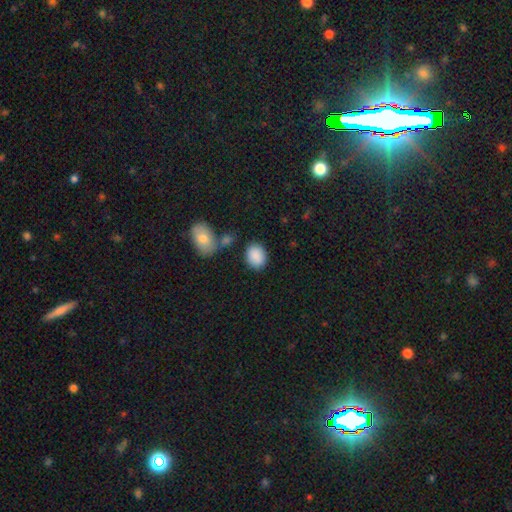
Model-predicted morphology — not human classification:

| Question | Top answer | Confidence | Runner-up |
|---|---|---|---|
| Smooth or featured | smooth | 88% | star or artifact (7%) |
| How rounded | in between | 65% | round (34%) |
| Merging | none | 76% | minor disturbance (12%) |